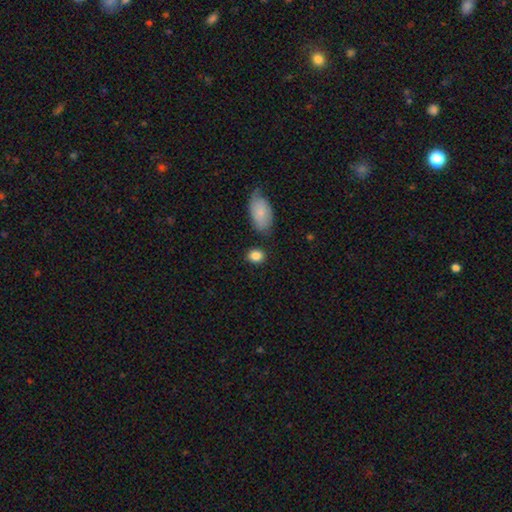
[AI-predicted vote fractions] Overall: smooth (86%). How rounded: round (51%; in between 47%). Merging: none (79%).